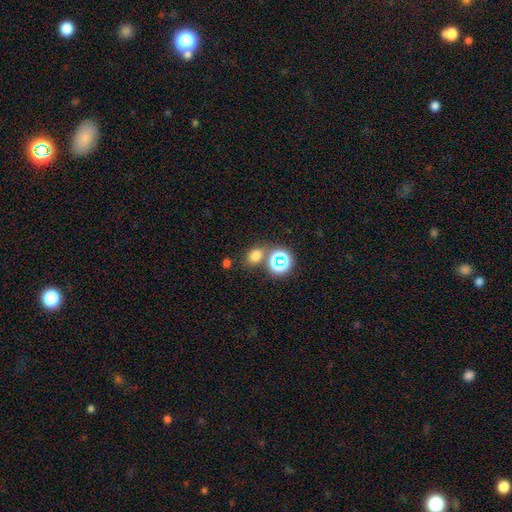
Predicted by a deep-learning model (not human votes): Smooth or featured? Predicted: smooth (p=0.71). How rounded? Predicted: round (p=0.59). Merging? Predicted: none (p=0.71).